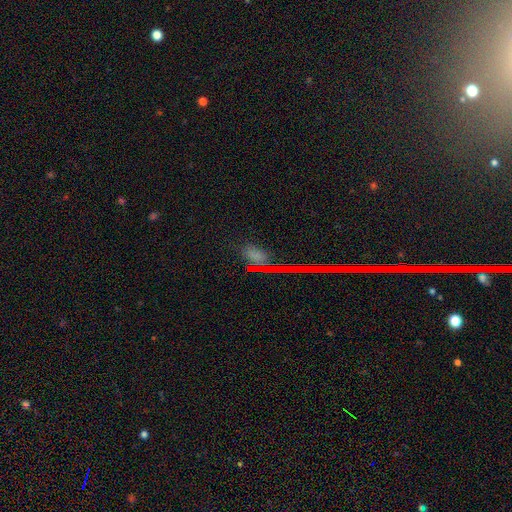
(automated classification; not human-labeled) Smooth or featured: smooth — 47% (star or artifact — 43%)
Merging: none — 75% (minor disturbance — 14%)